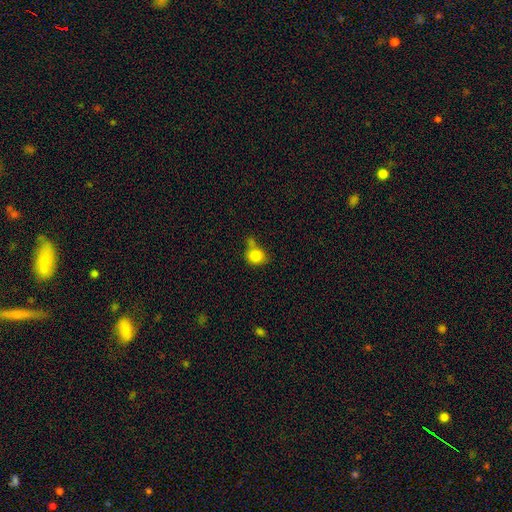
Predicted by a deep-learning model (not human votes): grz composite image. It shows a smooth galaxy with no disk features (83%) that is round (71%). Merging: none (48%).